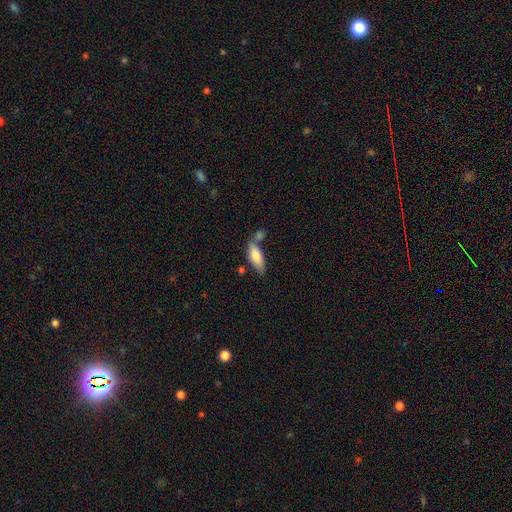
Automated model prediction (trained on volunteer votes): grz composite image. It shows a smooth galaxy with no disk features (80%) that is in between round and cigar-shaped (67%). Merging: none (51%).